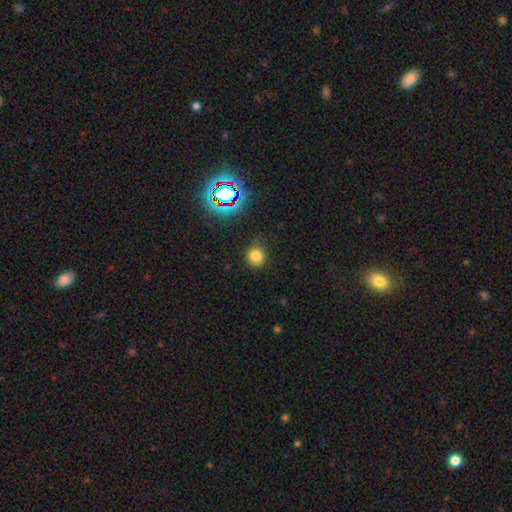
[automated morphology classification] A smooth galaxy with no disk features (75%) that is round (81%).

Vote fractions:
- Smooth or featured? smooth: 75% / star or artifact: 18% / featured or disk: 6%
- How rounded? round: 81% / in between: 18% / cigar-shaped: 1%
- Merging? none: 76% / minor disturbance: 17% / major disturbance: 5% / merger: 2%